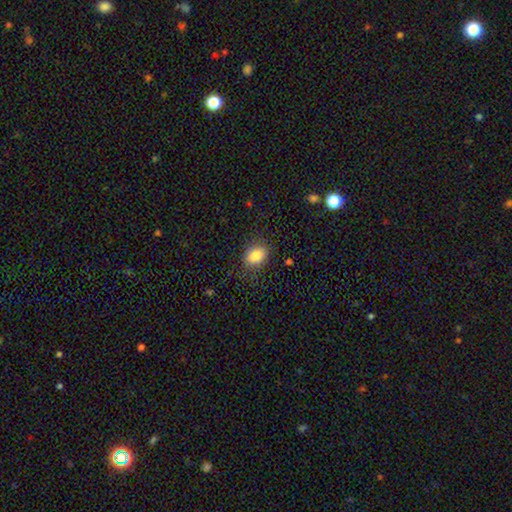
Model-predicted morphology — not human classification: The model was most divided on "how rounded": in between: 77%, round: 22%, cigar-shaped: 1%. More confident: smooth or featured — smooth (86%); merging — none (84%).